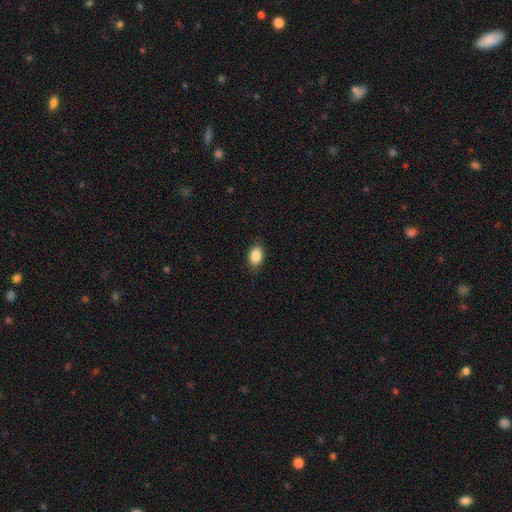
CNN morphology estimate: A smooth galaxy with no disk features (87%) that is in between round and cigar-shaped (85%).

Vote fractions:
- Smooth or featured? smooth: 87% / star or artifact: 8% / featured or disk: 5%
- How rounded? in between: 85% / round: 13% / cigar-shaped: 2%
- Merging? none: 87% / minor disturbance: 10% / major disturbance: 2% / merger: 1%